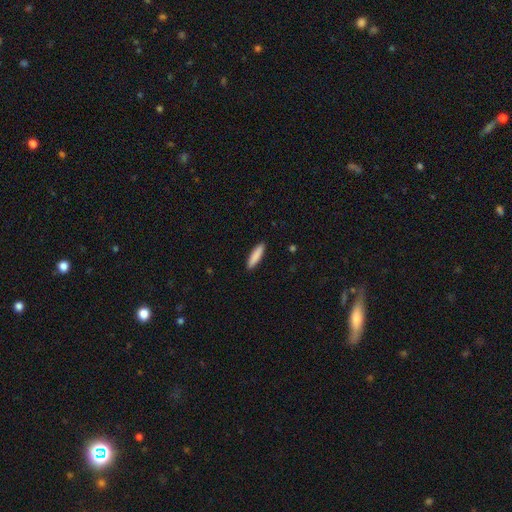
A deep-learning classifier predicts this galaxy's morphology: smooth 88%, featured or disk 6%, star or artifact 6%. Down the decision tree: how rounded — cigar-shaped (77%); merging — none (91%).